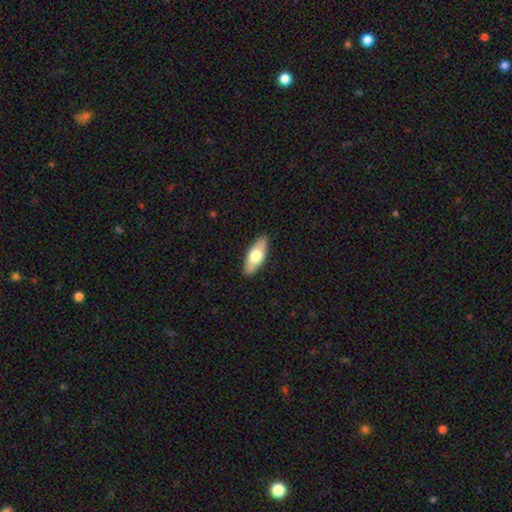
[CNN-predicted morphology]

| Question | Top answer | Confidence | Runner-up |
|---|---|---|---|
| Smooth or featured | smooth | 63% | featured or disk (32%) |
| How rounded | in between | 74% | cigar-shaped (24%) |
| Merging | none | 89% | minor disturbance (8%) |